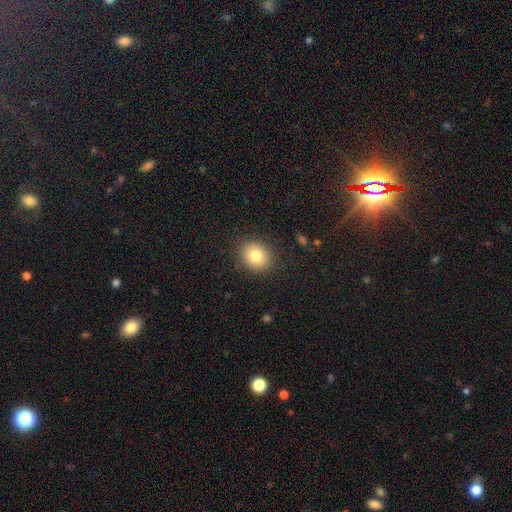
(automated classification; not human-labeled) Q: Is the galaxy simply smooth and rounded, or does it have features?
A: smooth — 83%.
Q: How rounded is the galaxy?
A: round — 66%.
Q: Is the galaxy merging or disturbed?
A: none — 88%.